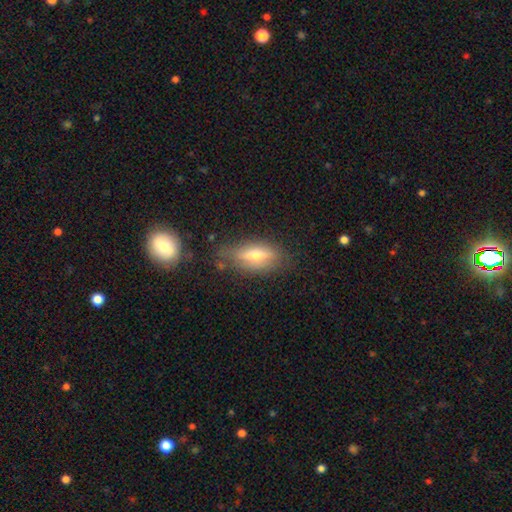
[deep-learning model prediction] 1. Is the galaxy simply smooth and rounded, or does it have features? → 46% featured or disk, 45% smooth, 9% star or artifact.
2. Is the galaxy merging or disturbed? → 72% none, 19% minor disturbance, 6% major disturbance, 3% merger.